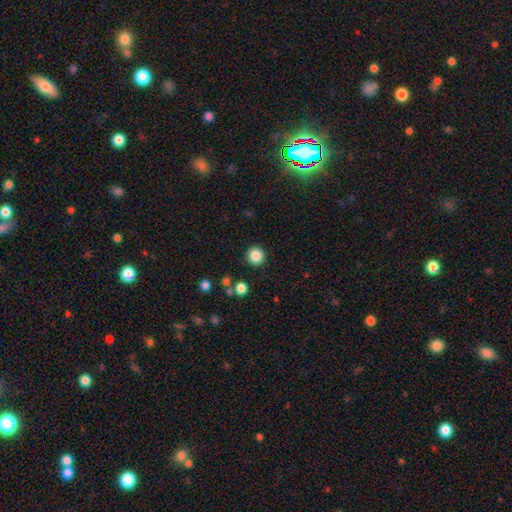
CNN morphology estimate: Overall: smooth (86%). How rounded: round (95%). Merging: none (91%).